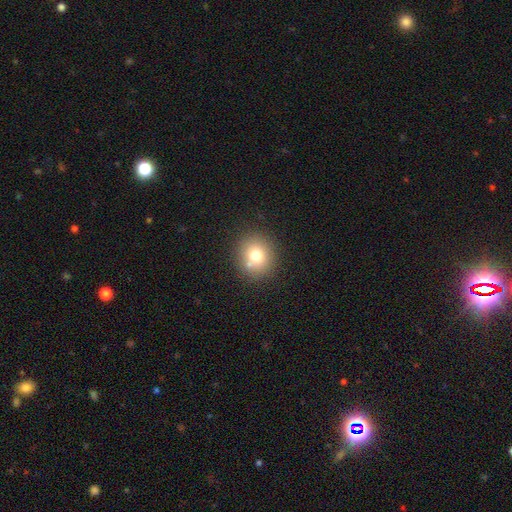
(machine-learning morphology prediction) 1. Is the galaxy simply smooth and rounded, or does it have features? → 74% smooth, 13% star or artifact, 13% featured or disk.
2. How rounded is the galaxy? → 82% round, 17% in between, 1% cigar-shaped.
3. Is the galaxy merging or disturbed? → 77% none, 11% merger, 10% minor disturbance, 3% major disturbance.